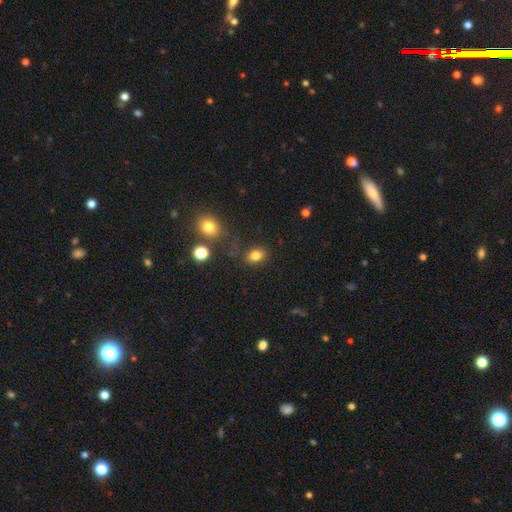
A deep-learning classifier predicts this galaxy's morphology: smooth 81%, star or artifact 12%, featured or disk 7%. Down the decision tree: how rounded — in between (65%); merging — none (74%).